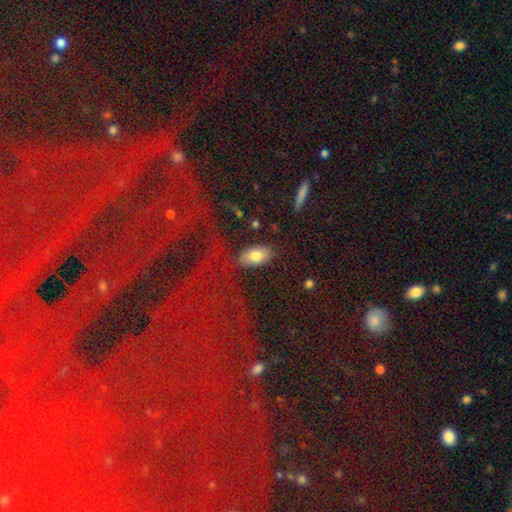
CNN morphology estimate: smooth 77%, featured or disk 15%, star or artifact 8%. Down the decision tree: how rounded — in between (92%); merging — none (83%).